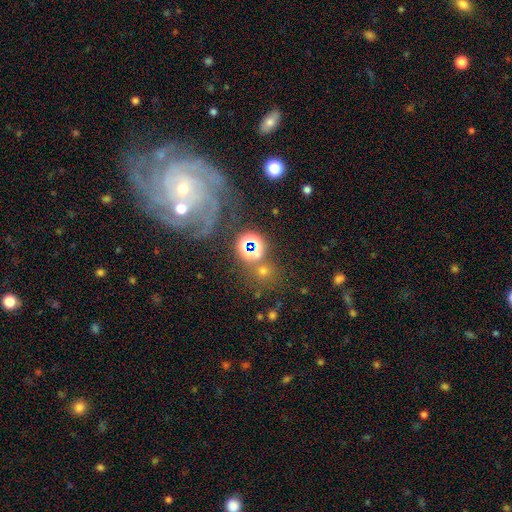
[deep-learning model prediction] Morphology: type=featured or disk (70%); edge-on=no (95%); bar=no (62%); spiral arms=yes (97%); winding=tight (75%); arm count=4 (26%); bulge=small (72%); merging=none (72%).